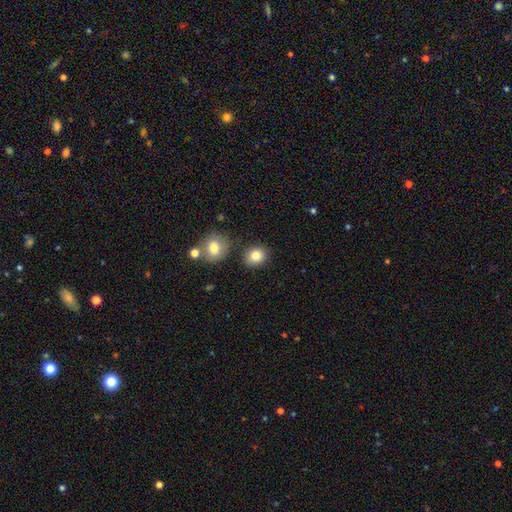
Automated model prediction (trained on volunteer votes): smooth-or-featured: smooth: 83% | star or artifact: 10% | featured or disk: 7%
  how-rounded: round: 67% | in between: 32% | cigar-shaped: 1%
  merging: none: 80% | minor disturbance: 10% | merger: 7% | major disturbance: 3%